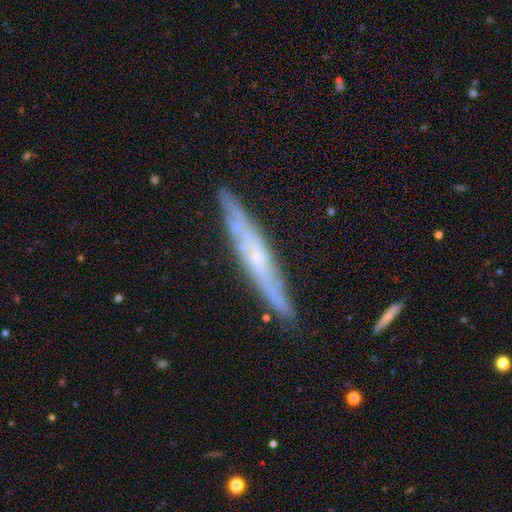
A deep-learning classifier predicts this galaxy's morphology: featured or disk 71%, smooth 23%, star or artifact 7%. Down the decision tree: edge-on disk — yes (77%); edge-on bulge — none (54%); merging — none (83%).